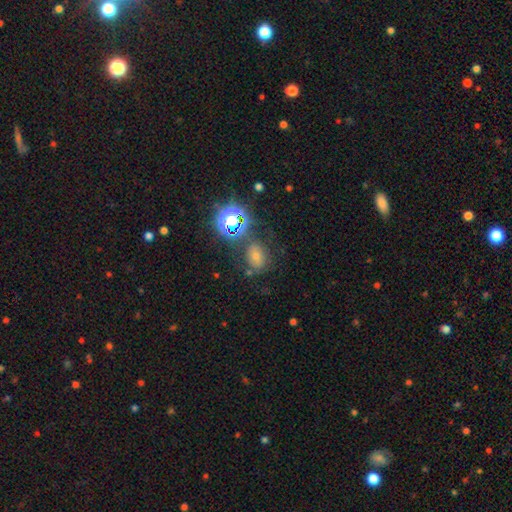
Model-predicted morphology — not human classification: smooth-or-featured: star or artifact: 44% | smooth: 37% | featured or disk: 19%